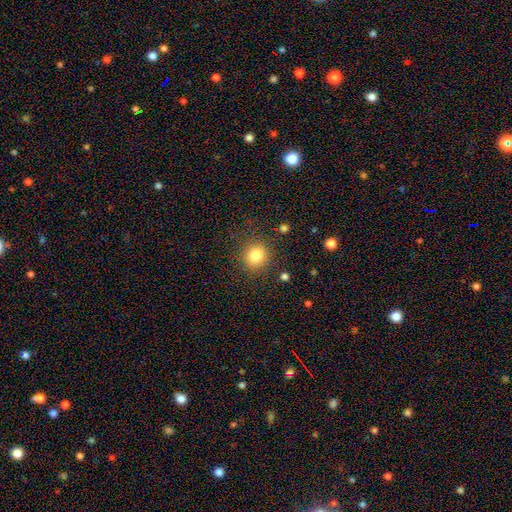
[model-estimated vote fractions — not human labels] Smooth or featured? smooth (81%)
How rounded? round (88%)
Merging? none (86%)